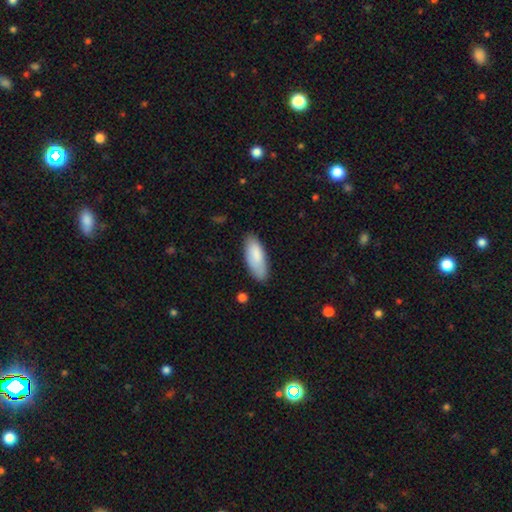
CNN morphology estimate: This appears to be a smooth galaxy with no disk features (84%) that is in between round and cigar-shaped (76%). Merging: none (79%).